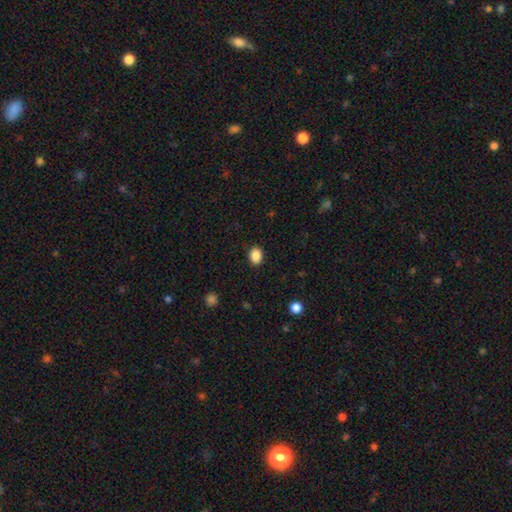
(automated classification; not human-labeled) smooth-or-featured: smooth: 88% | star or artifact: 9% | featured or disk: 3%
  how-rounded: in between: 59% | round: 40% | cigar-shaped: 1%
  merging: none: 89% | minor disturbance: 8% | major disturbance: 2% | merger: 1%